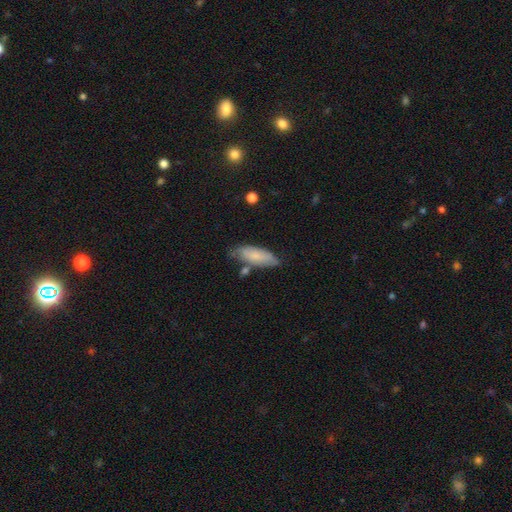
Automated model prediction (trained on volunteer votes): smooth 71%, featured or disk 22%, star or artifact 6%. Down the decision tree: how rounded — in between (65%); merging — none (64%).